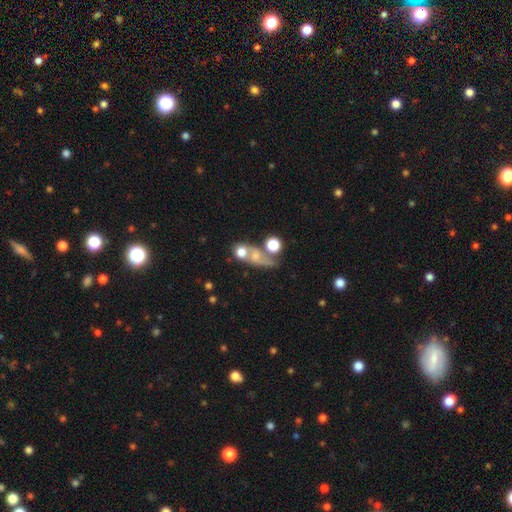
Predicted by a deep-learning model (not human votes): A smooth galaxy with no disk features (55%) that is round (52%).

Vote fractions:
- Smooth or featured? smooth: 55% / featured or disk: 28% / star or artifact: 17%
- How rounded? round: 52% / in between: 37% / cigar-shaped: 11%
- Merging? merger: 41% / none: 30% / major disturbance: 16% / minor disturbance: 12%